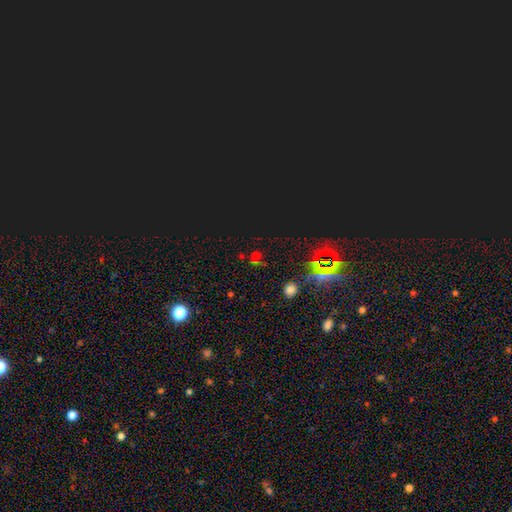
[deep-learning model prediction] Smooth or featured? Predicted: star or artifact (p=0.72).